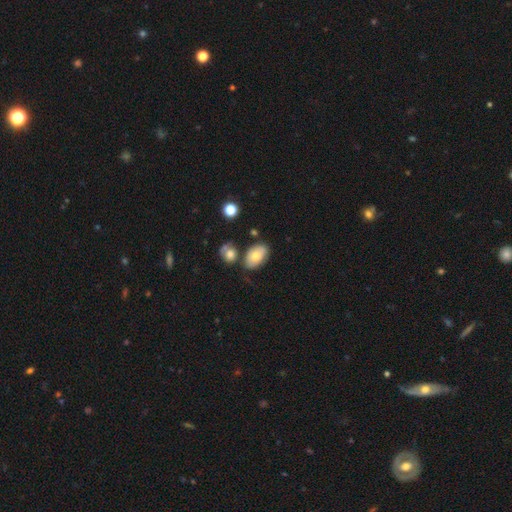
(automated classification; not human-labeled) Smooth or featured?
  - smooth: 73% *
  - featured or disk: 19%
  - star or artifact: 7%
How rounded?
  - in between: 91% *
  - round: 8%
  - cigar-shaped: 1%
Merging?
  - none: 69% *
  - minor disturbance: 15%
  - merger: 12%
  - major disturbance: 4%